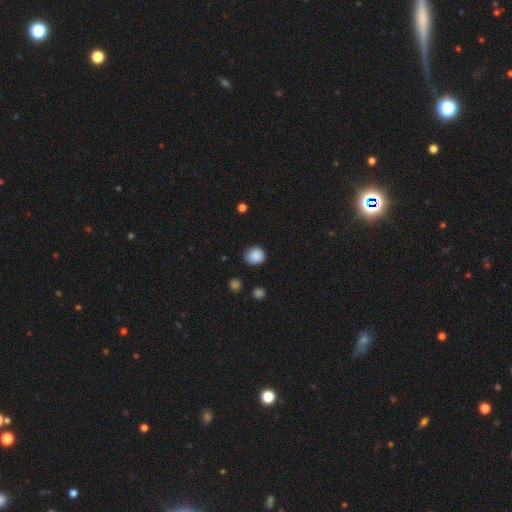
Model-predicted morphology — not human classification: smooth_or_featured: smooth (p=0.87) [alt: star or artifact p=0.09]
how_rounded: round (p=0.82) [alt: in between p=0.17]
merging: none (p=0.77) [alt: minor disturbance p=0.18]